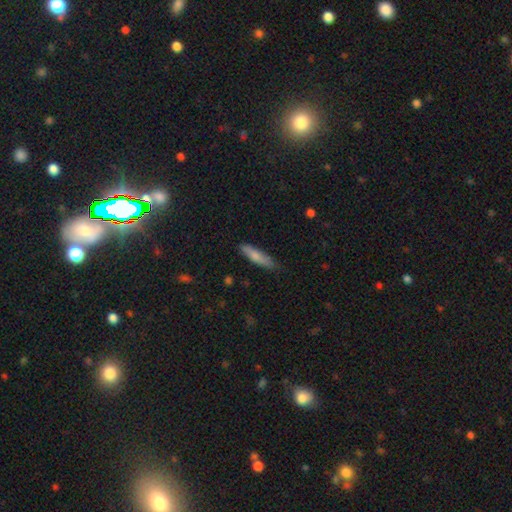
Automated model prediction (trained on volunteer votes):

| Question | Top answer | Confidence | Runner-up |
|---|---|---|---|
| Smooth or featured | smooth | 75% | featured or disk (19%) |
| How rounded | cigar-shaped | 78% | in between (20%) |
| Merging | none | 79% | minor disturbance (17%) |